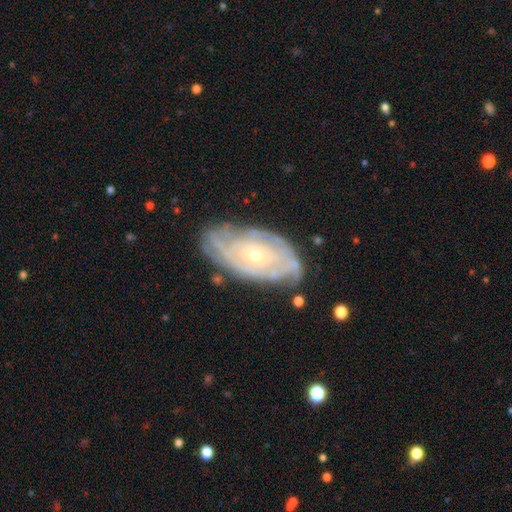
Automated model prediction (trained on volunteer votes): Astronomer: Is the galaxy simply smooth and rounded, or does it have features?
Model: featured or disk — 81%.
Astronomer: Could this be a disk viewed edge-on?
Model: no — 93%.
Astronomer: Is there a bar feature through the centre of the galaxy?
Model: no — 79%.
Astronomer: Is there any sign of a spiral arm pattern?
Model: yes — 87%.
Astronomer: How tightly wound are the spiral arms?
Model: tight — 75%.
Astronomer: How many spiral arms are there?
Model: can't tell — 53%.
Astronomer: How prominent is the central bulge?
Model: small — 72%.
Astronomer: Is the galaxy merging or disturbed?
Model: none — 70%.